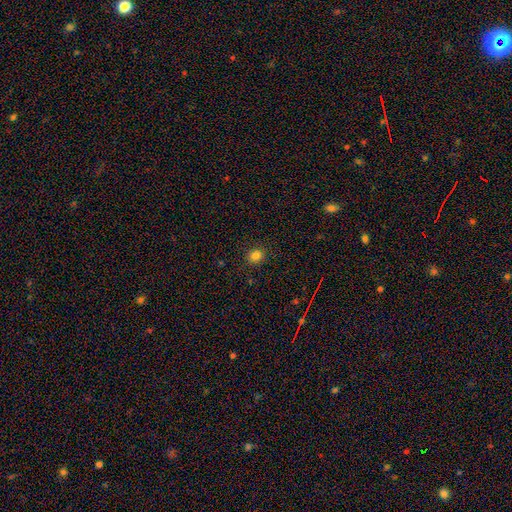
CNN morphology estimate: smooth_or_featured: smooth (p=0.83) [alt: star or artifact p=0.13]
how_rounded: round (p=0.79) [alt: in between p=0.21]
merging: none (p=0.90) [alt: minor disturbance p=0.07]